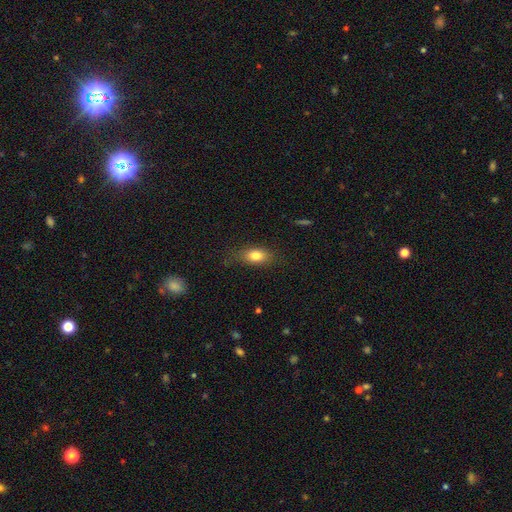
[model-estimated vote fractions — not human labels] smooth_or_featured: smooth (p=0.79) [alt: featured or disk p=0.12]
how_rounded: in between (p=0.81) [alt: round p=0.12]
merging: none (p=0.76) [alt: minor disturbance p=0.18]